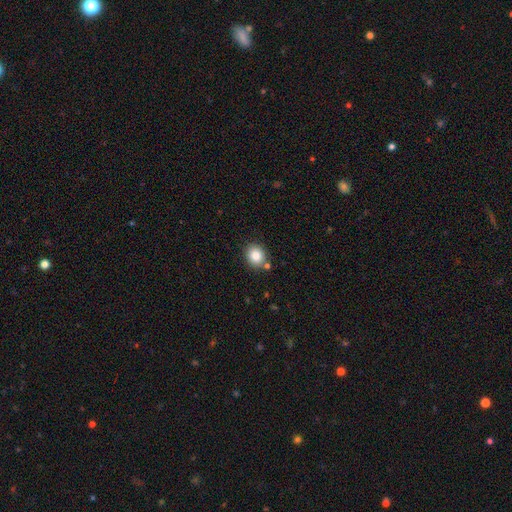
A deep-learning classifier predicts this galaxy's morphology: A smooth galaxy with no disk features (84%) that is round (74%). Merging: none (82%).